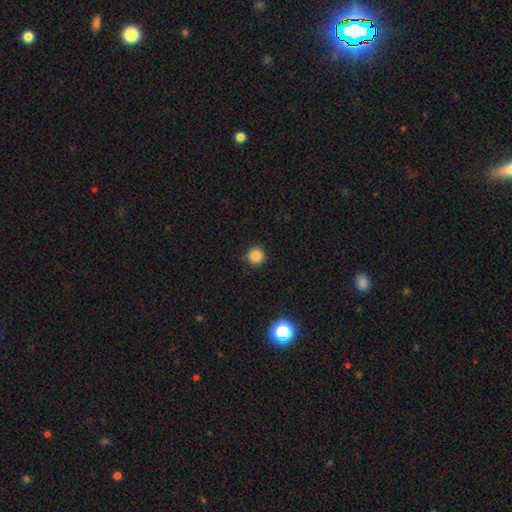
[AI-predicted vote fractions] smooth 85%, star or artifact 12%, featured or disk 4%. Down the decision tree: how rounded — round (95%); merging — none (90%).